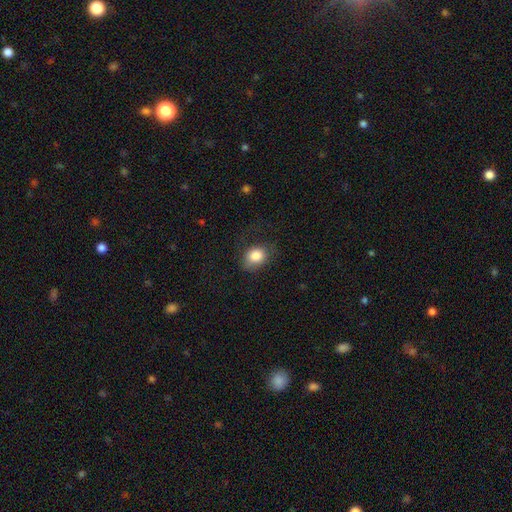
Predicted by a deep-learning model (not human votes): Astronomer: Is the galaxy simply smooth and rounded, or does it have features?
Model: smooth — 84%.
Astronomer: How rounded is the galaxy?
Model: in between — 61% (runner-up: round, 38%).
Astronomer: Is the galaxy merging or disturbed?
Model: none — 66%.